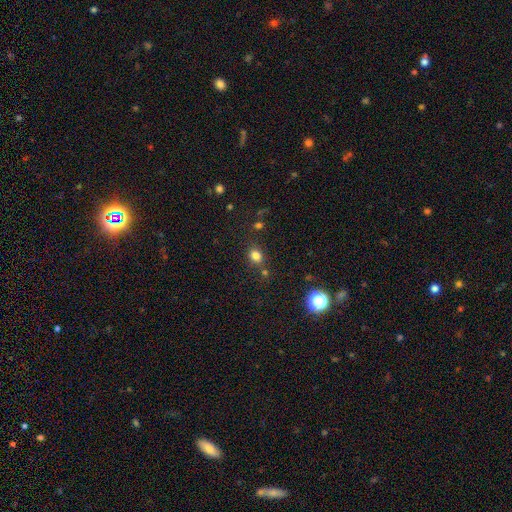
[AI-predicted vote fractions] The model was most divided on "how rounded": round: 55%, in between: 44%, cigar-shaped: 1%. More confident: smooth or featured — smooth (79%); merging — none (75%).